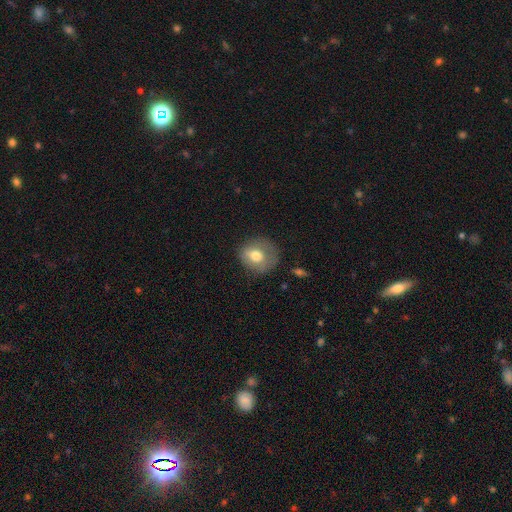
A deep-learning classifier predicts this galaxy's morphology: The model was most divided on "merging": none: 64%, minor disturbance: 24%, major disturbance: 10%, merger: 2%. More confident: how rounded — round (73%); smooth or featured — smooth (68%).